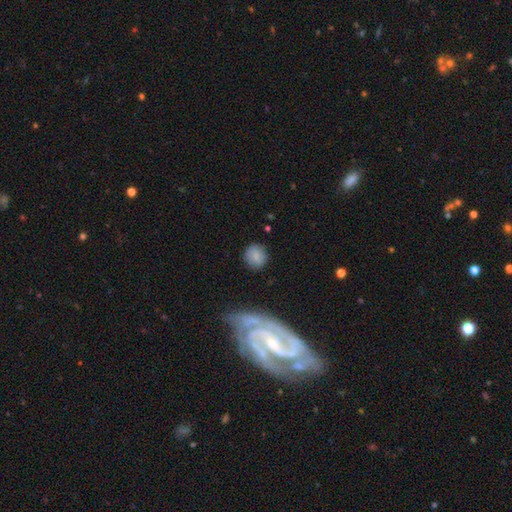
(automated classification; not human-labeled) This is likely a smooth galaxy (80%). How rounded: likely round (77%). Merging: clearly none (83%).